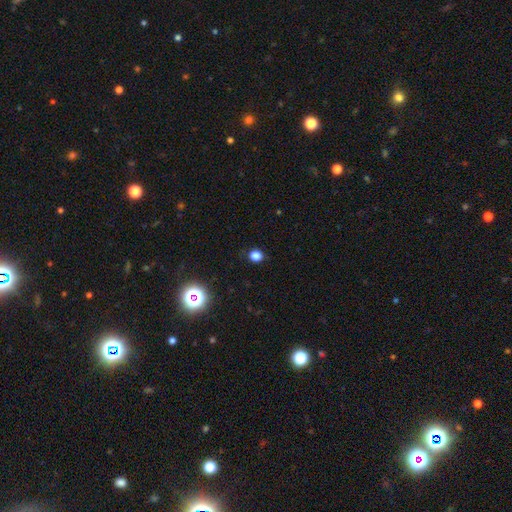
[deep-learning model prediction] smooth 78%, star or artifact 18%, featured or disk 4%. Down the decision tree: how rounded — round (70%); merging — none (87%).